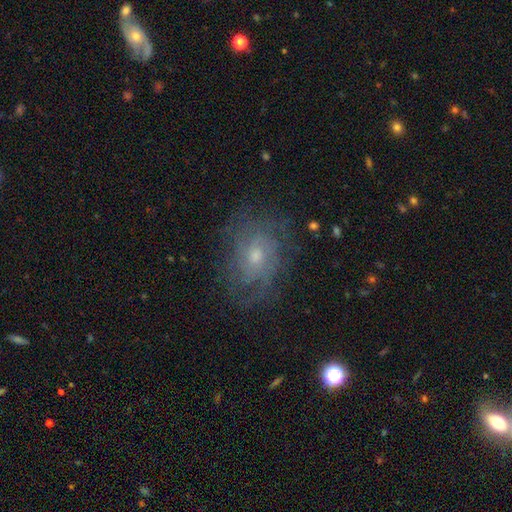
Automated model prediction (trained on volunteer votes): Morphology: type=featured or disk (71%); edge-on=no (96%); bar=no (73%); spiral arms=yes (87%); winding=tight (54%); arm count=can't tell (50%); bulge=moderate (48%); merging=none (72%).